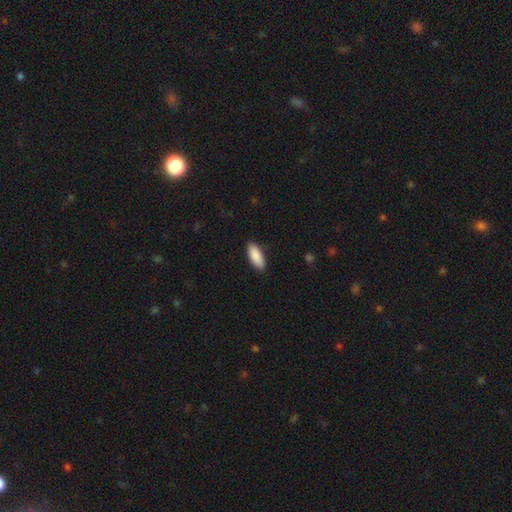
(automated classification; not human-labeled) The model was most divided on "how rounded": in between: 79%, cigar-shaped: 19%, round: 2%. More confident: smooth or featured — smooth (90%); merging — none (88%).